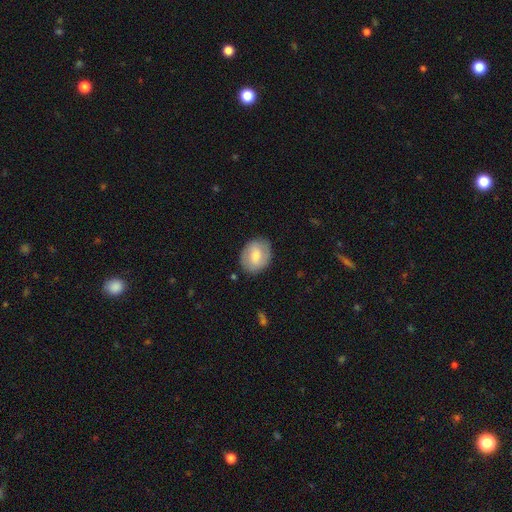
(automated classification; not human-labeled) Morphology: type=smooth (63%); roundness=in between (55%); merging=none (82%).